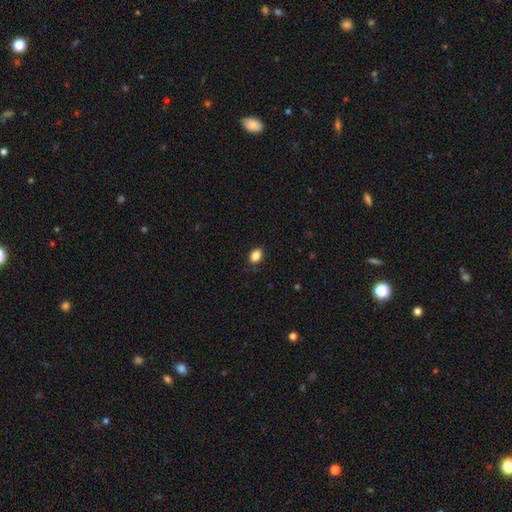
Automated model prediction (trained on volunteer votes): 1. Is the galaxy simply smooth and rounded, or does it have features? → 86% smooth, 10% star or artifact, 5% featured or disk.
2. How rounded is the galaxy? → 75% in between, 23% round, 1% cigar-shaped.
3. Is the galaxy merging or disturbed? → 84% none, 12% minor disturbance, 3% major disturbance, 1% merger.